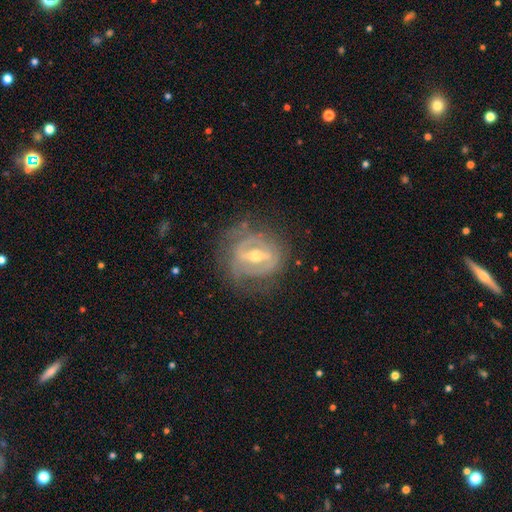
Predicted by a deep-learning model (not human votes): Q: Smooth or featured?
A: featured or disk (82%); runner-up: smooth (11%)
Q: Edge-on disk?
A: no (93%); runner-up: yes (7%)
Q: Bar?
A: strong (59%); runner-up: weak (30%)
Q: Spiral arms?
A: yes (65%); runner-up: no (35%)
Q: Bulge size?
A: moderate (65%); runner-up: small (30%)
Q: Merging?
A: none (68%); runner-up: minor disturbance (19%)